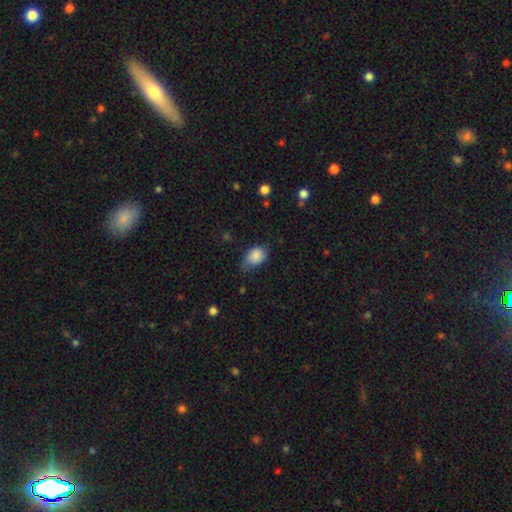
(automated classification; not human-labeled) smooth_or_featured: smooth (p=0.83) [alt: featured or disk p=0.10]
how_rounded: in between (p=0.83) [alt: round p=0.16]
merging: none (p=0.53) [alt: minor disturbance p=0.36]